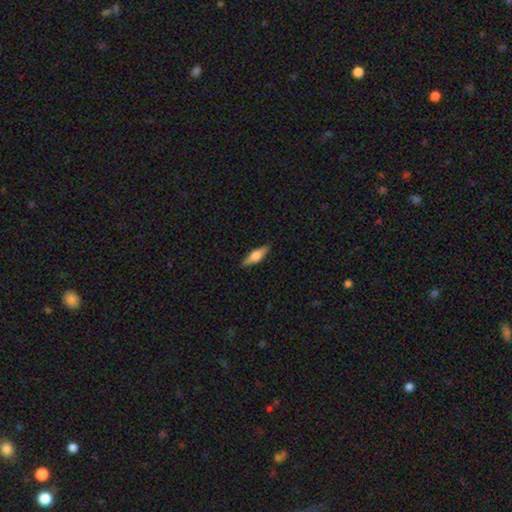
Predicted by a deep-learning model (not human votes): smooth-or-featured: featured or disk: 48% | smooth: 46% | star or artifact: 6%
  merging: none: 88% | minor disturbance: 9% | major disturbance: 2% | merger: 1%